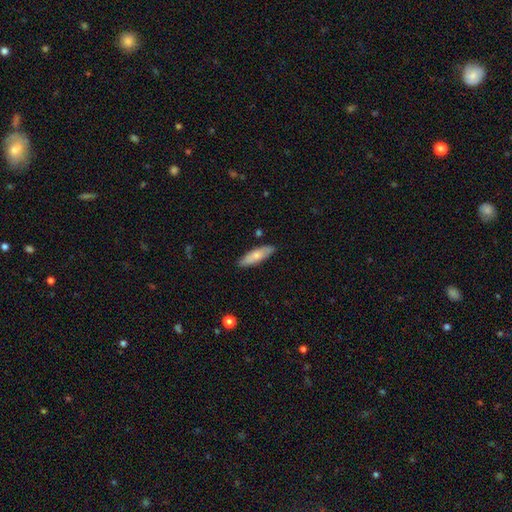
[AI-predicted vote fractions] Q: Smooth or featured?
A: smooth (72%); runner-up: featured or disk (23%)
Q: How rounded?
A: cigar-shaped (52%); runner-up: in between (47%)
Q: Merging?
A: none (86%); runner-up: minor disturbance (11%)